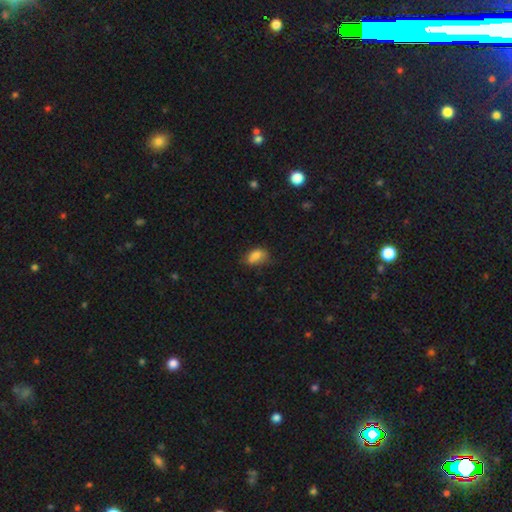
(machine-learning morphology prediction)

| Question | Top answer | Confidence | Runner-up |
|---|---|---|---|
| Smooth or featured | smooth | 79% | featured or disk (12%) |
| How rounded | in between | 82% | round (15%) |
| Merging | none | 49% | minor disturbance (36%) |